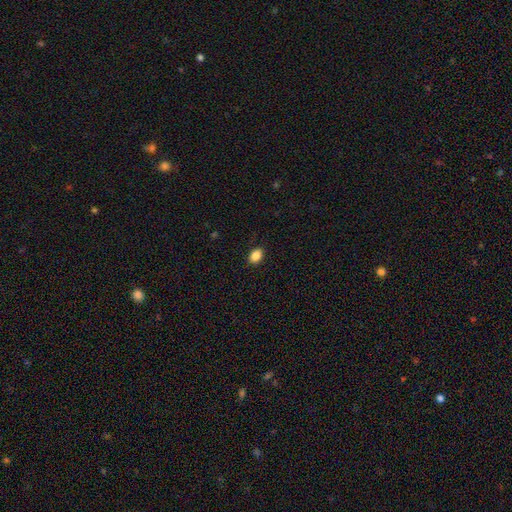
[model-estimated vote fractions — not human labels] The model was most divided on "how rounded": in between: 76%, round: 23%, cigar-shaped: 1%. More confident: merging — none (88%); smooth or featured — smooth (88%).